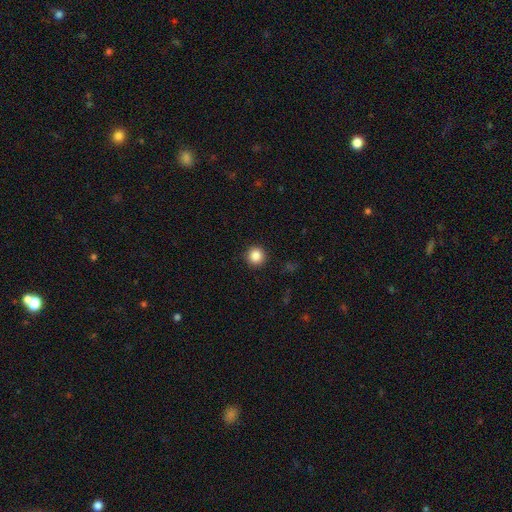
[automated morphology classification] Q: Smooth or featured?
A: smooth (86%); runner-up: star or artifact (10%)
Q: How rounded?
A: round (95%); runner-up: in between (4%)
Q: Merging?
A: none (92%); runner-up: minor disturbance (5%)